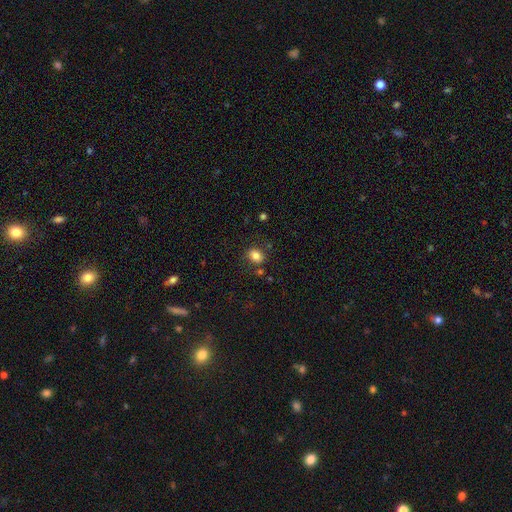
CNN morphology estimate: This is clearly a smooth galaxy (82%). How rounded: likely in between (62%). Merging: likely none (77%).